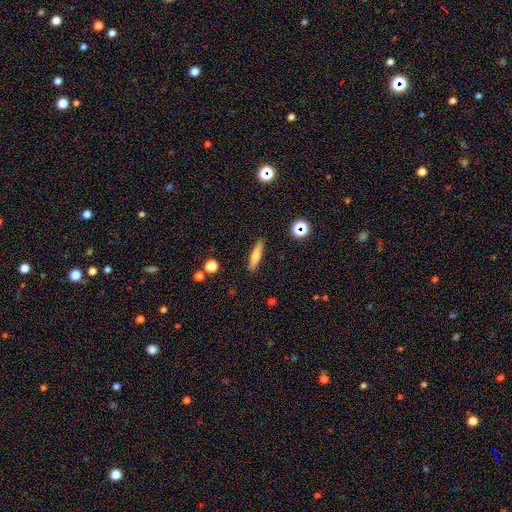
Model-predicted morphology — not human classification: Smooth or featured? smooth (66%)
How rounded? cigar-shaped (78%)
Merging? none (89%)